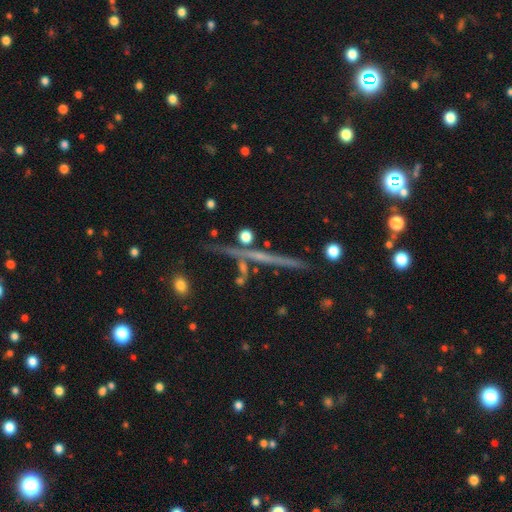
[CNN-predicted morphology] Smooth or featured: featured or disk — 59% (smooth — 21%)
Edge-on disk: yes — 95% (no — 5%)
Edge-on bulge: none — 75% (rounded — 17%)
Merging: none — 85% (minor disturbance — 8%)